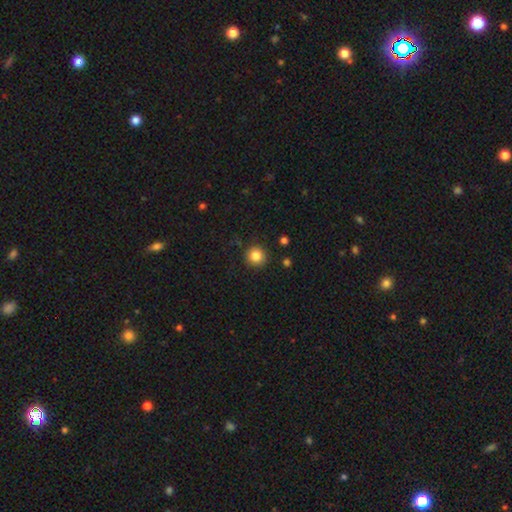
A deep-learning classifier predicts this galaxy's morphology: smooth 84%, star or artifact 11%, featured or disk 5%. Down the decision tree: how rounded — round (94%); merging — none (90%).